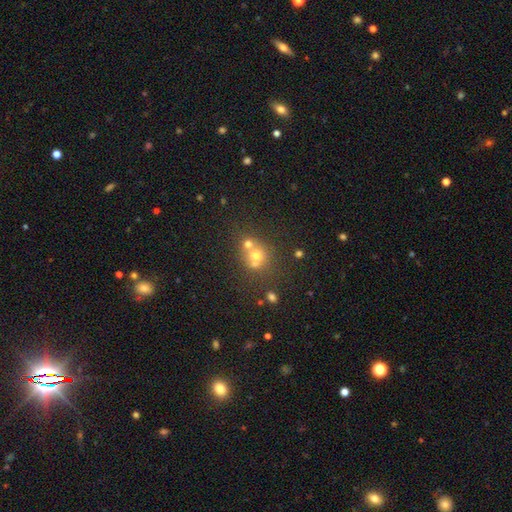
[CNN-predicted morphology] This appears to be a smooth galaxy with no disk features (60%) that is round (82%). Merging: merger (47%).